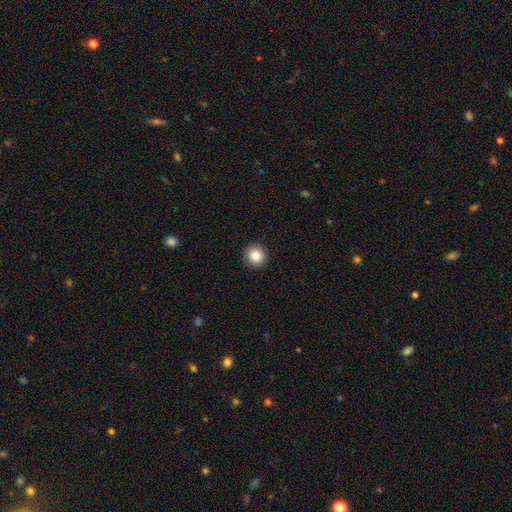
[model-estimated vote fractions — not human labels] smooth_or_featured: smooth (p=0.85) [alt: star or artifact p=0.10]
how_rounded: round (p=0.94) [alt: in between p=0.05]
merging: none (p=0.93) [alt: minor disturbance p=0.05]